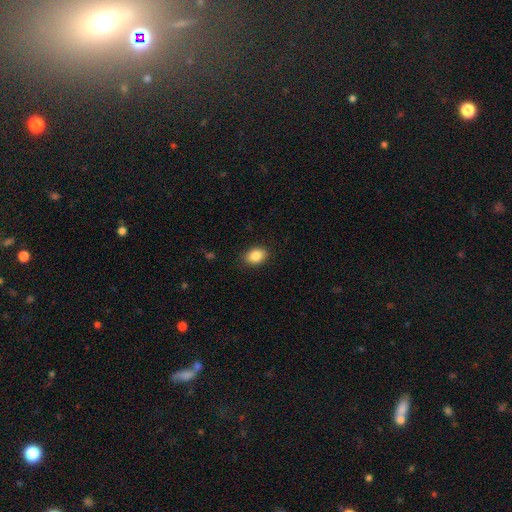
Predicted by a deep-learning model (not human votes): This is clearly a smooth galaxy (86%). How rounded: likely in between (73%). Merging: clearly none (87%).